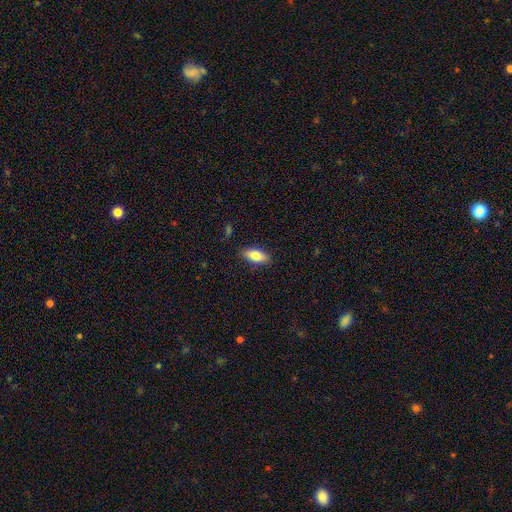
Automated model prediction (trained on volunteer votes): smooth-or-featured: smooth: 80% | featured or disk: 13% | star or artifact: 7%
  how-rounded: in between: 84% | cigar-shaped: 13% | round: 3%
  merging: none: 87% | minor disturbance: 10% | major disturbance: 2% | merger: 1%